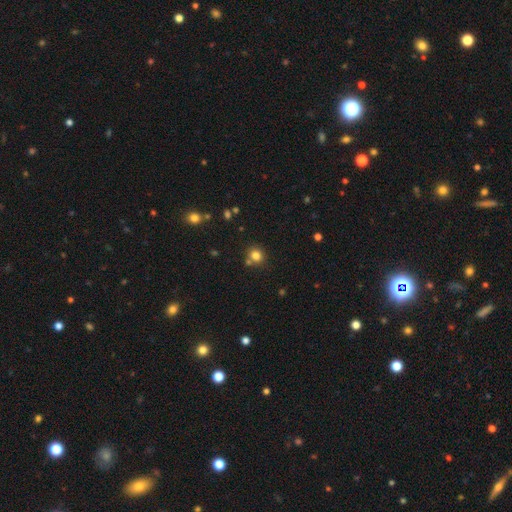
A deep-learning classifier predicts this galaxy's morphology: A smooth galaxy with no disk features (80%) that is round (83%).

Vote fractions:
- Smooth or featured? smooth: 80% / star or artifact: 14% / featured or disk: 7%
- How rounded? round: 83% / in between: 16% / cigar-shaped: 1%
- Merging? none: 72% / merger: 15% / minor disturbance: 10% / major disturbance: 3%